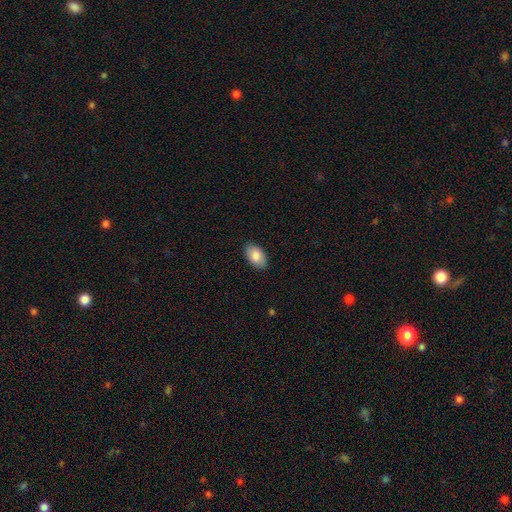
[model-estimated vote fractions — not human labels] Overall: smooth (84%). How rounded: in between (93%). Merging: none (88%).